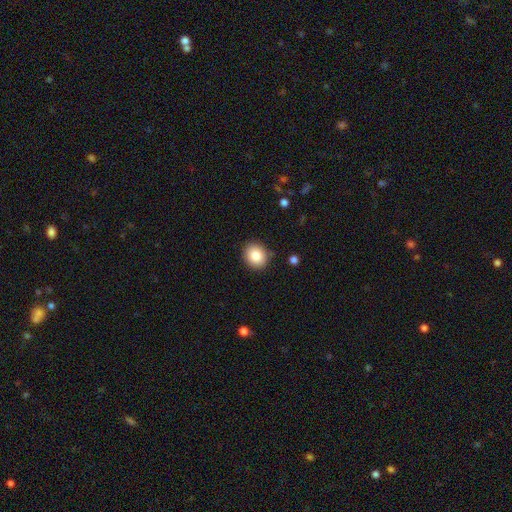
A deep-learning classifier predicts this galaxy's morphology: smooth_or_featured: smooth (p=0.84) [alt: star or artifact p=0.09]
how_rounded: round (p=0.68) [alt: in between p=0.31]
merging: none (p=0.86) [alt: minor disturbance p=0.10]